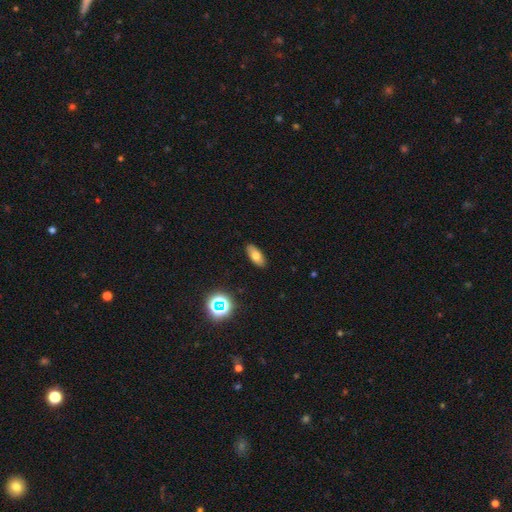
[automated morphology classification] Smooth or featured? smooth (72%)
How rounded? in between (85%)
Merging? none (89%)